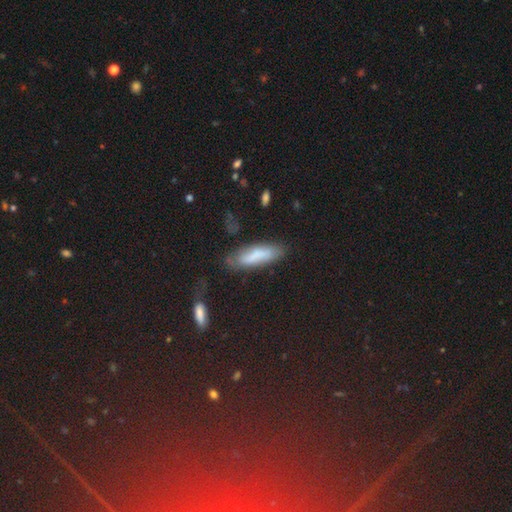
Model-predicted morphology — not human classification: smooth_or_featured: smooth (p=0.71) [alt: featured or disk p=0.21]
how_rounded: cigar-shaped (p=0.57) [alt: in between p=0.42]
merging: none (p=0.62) [alt: minor disturbance p=0.25]